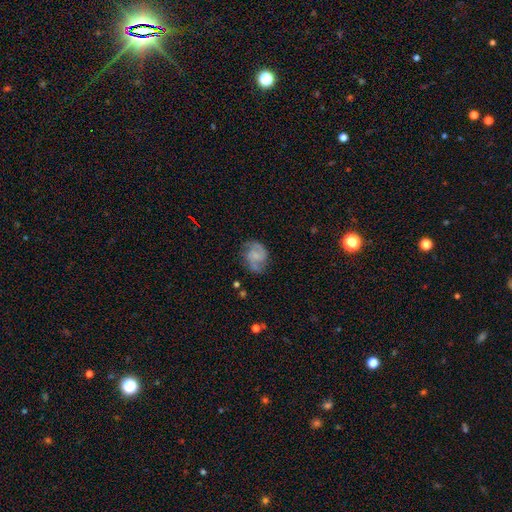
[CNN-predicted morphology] type=featured or disk (77%); edge-on=no (98%); bar=no (50%); spiral arms=yes (95%); winding=medium (53%); arm count=2 (89%); bulge=small (44%); merging=none (73%).